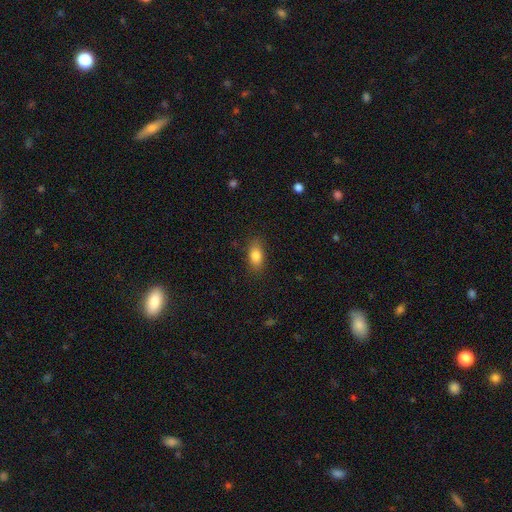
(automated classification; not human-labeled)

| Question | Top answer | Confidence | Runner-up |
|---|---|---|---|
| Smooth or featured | smooth | 84% | star or artifact (8%) |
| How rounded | in between | 86% | round (9%) |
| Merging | none | 84% | minor disturbance (12%) |